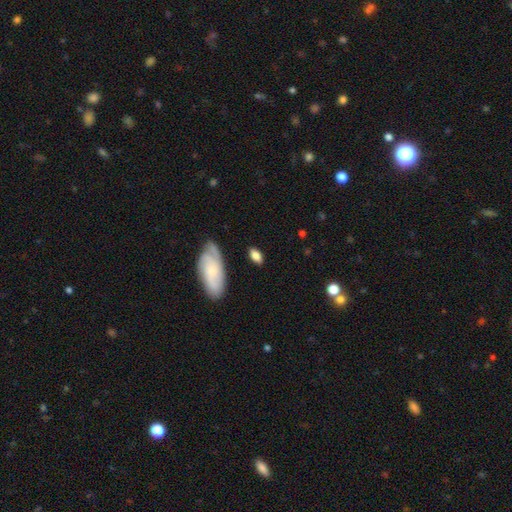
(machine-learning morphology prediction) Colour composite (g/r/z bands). It shows a smooth galaxy with no disk features (74%) that is in between round and cigar-shaped (85%). Merging: none (76%).